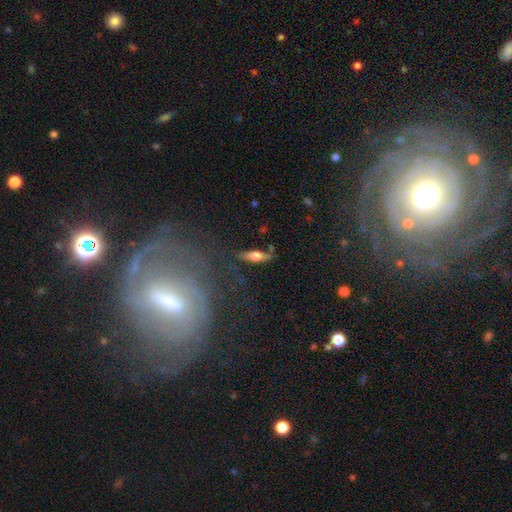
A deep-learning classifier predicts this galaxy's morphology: Smooth or featured? smooth (58%)
How rounded? cigar-shaped (51%)
Merging? none (78%)